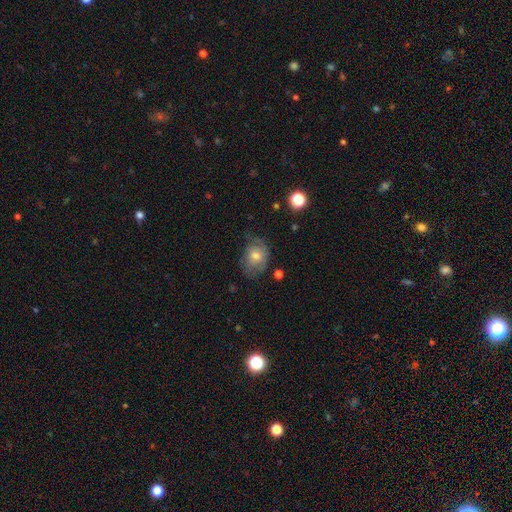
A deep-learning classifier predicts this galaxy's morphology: Smooth or featured?
  - smooth: 64% *
  - featured or disk: 27%
  - star or artifact: 9%
How rounded?
  - in between: 54% *
  - round: 45%
  - cigar-shaped: 1%
Merging?
  - none: 55% *
  - minor disturbance: 29%
  - major disturbance: 14%
  - merger: 2%